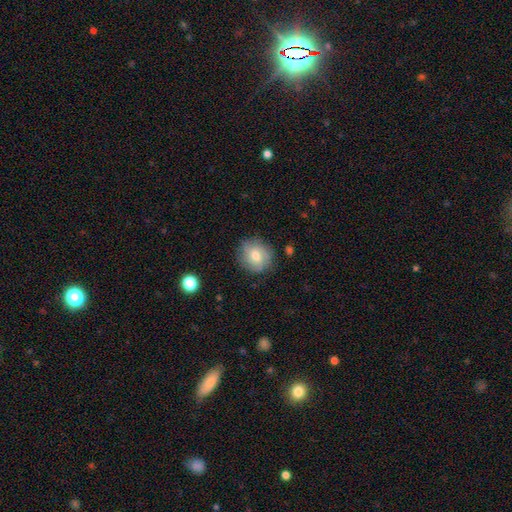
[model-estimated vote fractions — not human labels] smooth_or_featured: smooth (p=0.63) [alt: featured or disk p=0.28]
how_rounded: round (p=0.84) [alt: in between p=0.15]
merging: none (p=0.81) [alt: minor disturbance p=0.14]